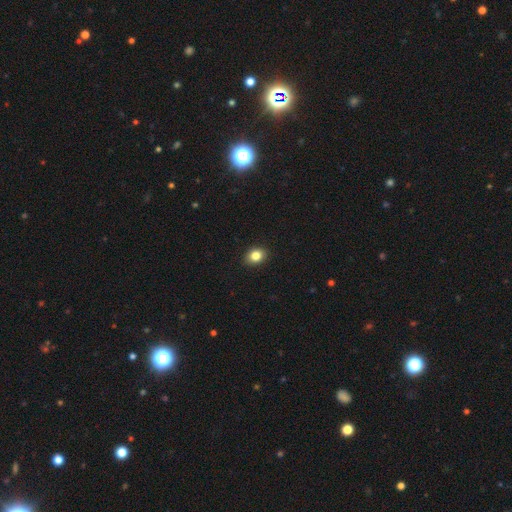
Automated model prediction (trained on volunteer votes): This appears to be a smooth galaxy with no disk features (84%) that is in between round and cigar-shaped (60%). Merging: none (90%).